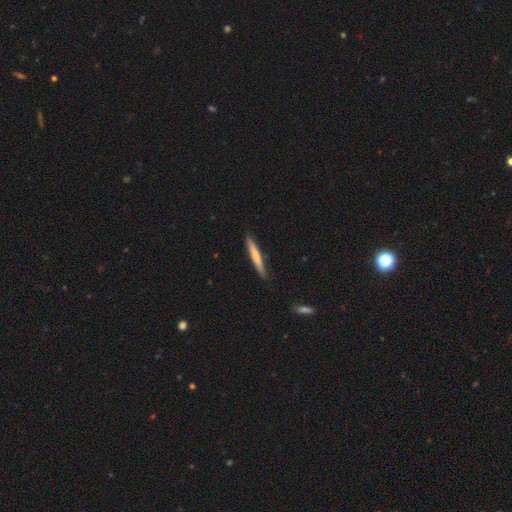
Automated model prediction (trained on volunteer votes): Smooth or featured?
  - smooth: 65% *
  - featured or disk: 30%
  - star or artifact: 5%
How rounded?
  - cigar-shaped: 96% *
  - in between: 3%
  - round: 1%
Merging?
  - none: 88% *
  - minor disturbance: 9%
  - major disturbance: 2%
  - merger: 1%